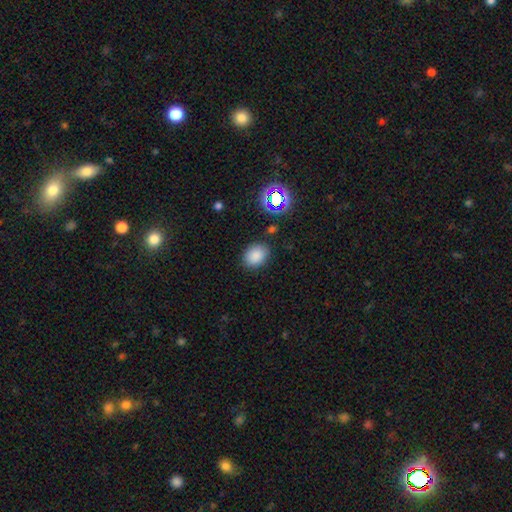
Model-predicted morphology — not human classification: This appears to be a smooth galaxy with no disk features (82%) that is in between round and cigar-shaped (59%). Merging: none (82%).